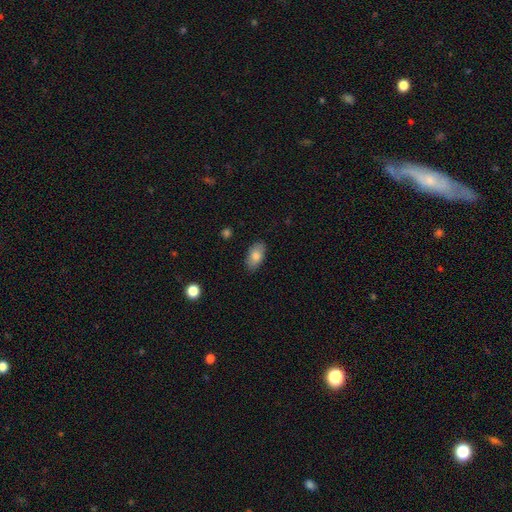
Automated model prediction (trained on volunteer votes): Morphology: type=smooth (81%); roundness=in between (92%); merging=none (84%).